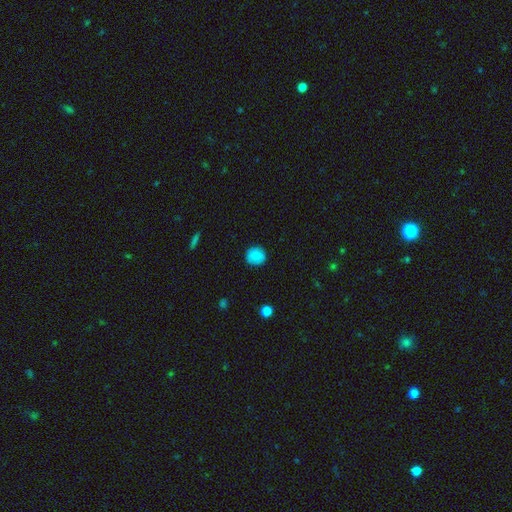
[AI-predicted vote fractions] Smooth or featured: smooth — 87% (star or artifact — 8%)
How rounded: round — 91% (in between — 8%)
Merging: none — 89% (minor disturbance — 8%)